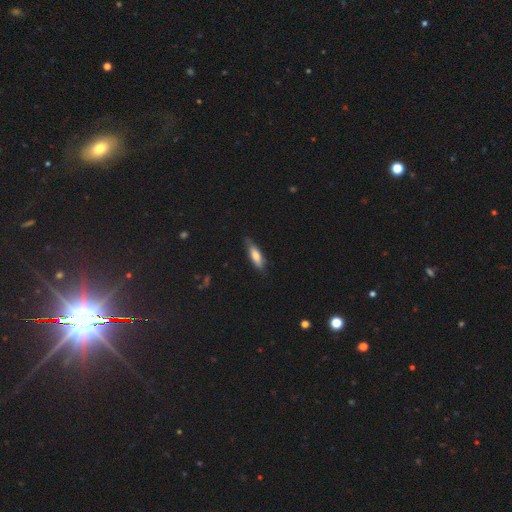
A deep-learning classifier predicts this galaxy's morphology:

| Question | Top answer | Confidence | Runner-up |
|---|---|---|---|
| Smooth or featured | smooth | 70% | featured or disk (24%) |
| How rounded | cigar-shaped | 59% | in between (39%) |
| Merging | none | 73% | minor disturbance (22%) |